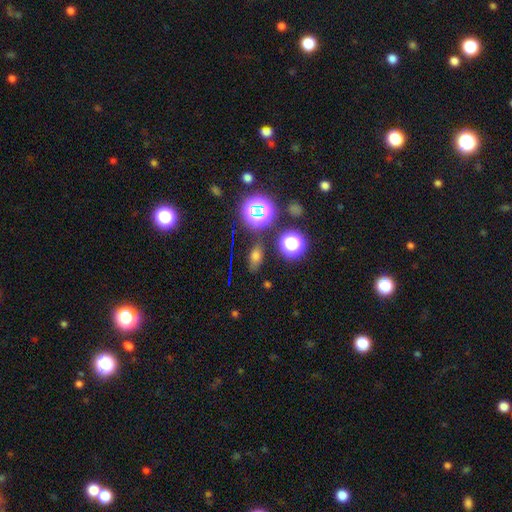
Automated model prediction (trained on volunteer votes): Smooth or featured? smooth (60%)
How rounded? in between (72%)
Merging? none (80%)